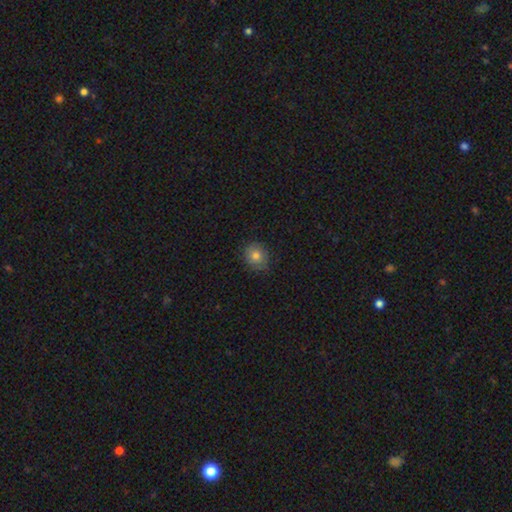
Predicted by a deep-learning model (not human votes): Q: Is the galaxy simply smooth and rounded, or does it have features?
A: smooth — 79%.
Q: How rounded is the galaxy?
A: round — 70%.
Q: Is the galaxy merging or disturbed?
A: none — 82%.